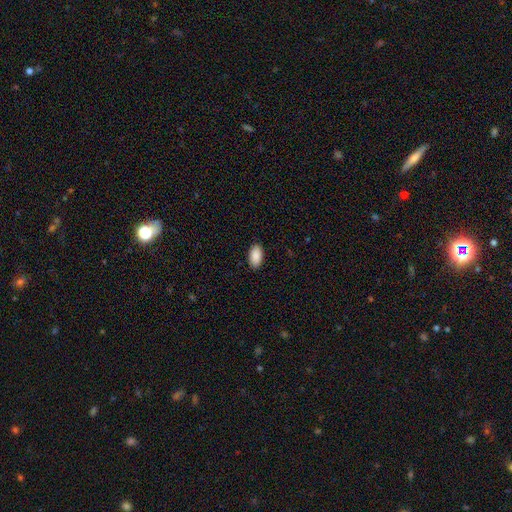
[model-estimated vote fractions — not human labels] A smooth galaxy with no disk features (91%) that is in between round and cigar-shaped (95%). Merging: none (89%).